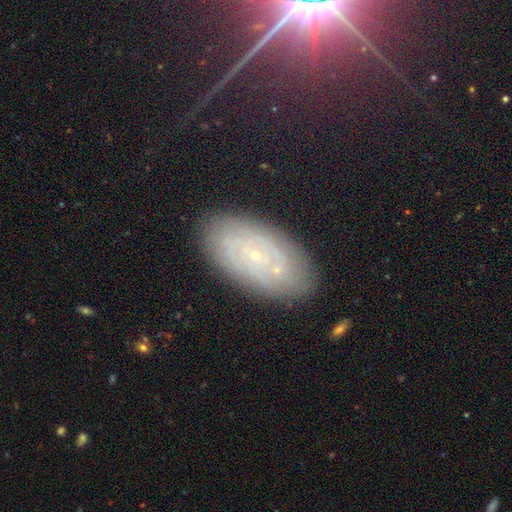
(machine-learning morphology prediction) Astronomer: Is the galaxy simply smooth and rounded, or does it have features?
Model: featured or disk — 69%.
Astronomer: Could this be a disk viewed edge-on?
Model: no — 92%.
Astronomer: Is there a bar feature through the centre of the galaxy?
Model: no — 77%.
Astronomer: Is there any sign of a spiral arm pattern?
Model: yes — 81%.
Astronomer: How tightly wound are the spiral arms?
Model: tight — 76%.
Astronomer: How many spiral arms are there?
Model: can't tell — 57%.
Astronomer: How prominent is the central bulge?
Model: small — 88%.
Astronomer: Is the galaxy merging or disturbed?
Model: none — 82%.